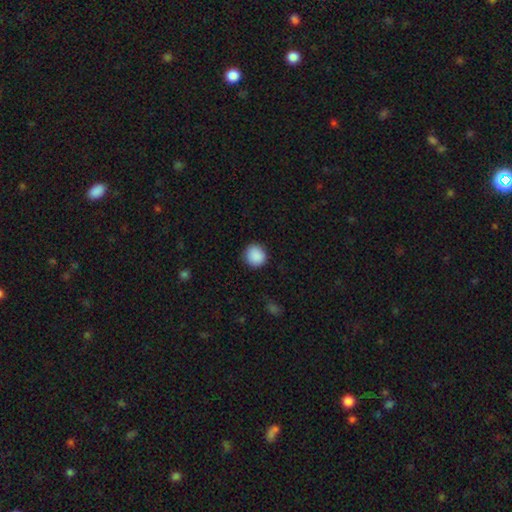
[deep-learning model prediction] Morphology: type=smooth (89%); roundness=round (90%); merging=none (87%).